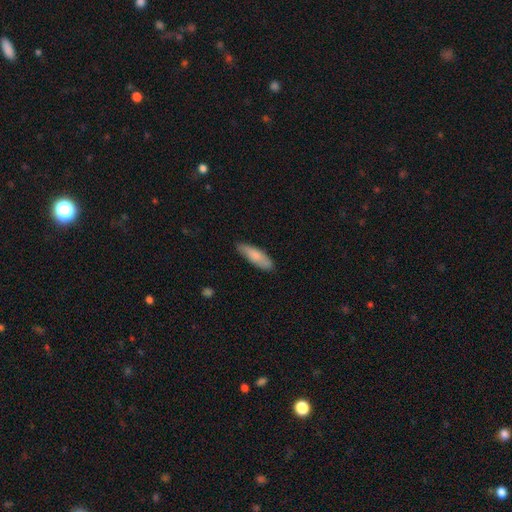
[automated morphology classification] A smooth galaxy with no disk features (76%) that is in between round and cigar-shaped (50%).

Vote fractions:
- Smooth or featured? smooth: 76% / featured or disk: 18% / star or artifact: 5%
- How rounded? in between: 50% / cigar-shaped: 48% / round: 2%
- Merging? none: 83% / minor disturbance: 14% / major disturbance: 2% / merger: 1%